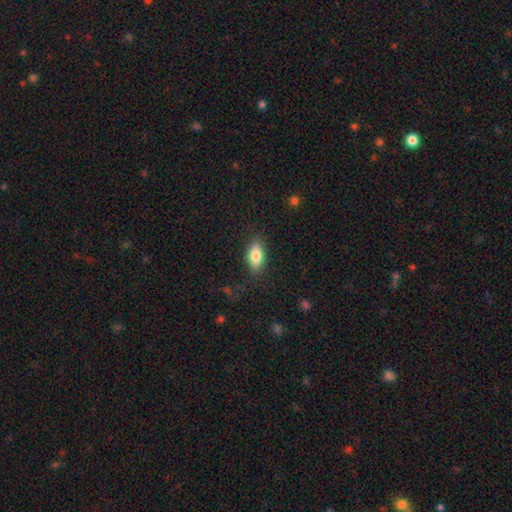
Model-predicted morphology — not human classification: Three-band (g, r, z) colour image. It shows a smooth galaxy with no disk features (81%) that is in between round and cigar-shaped (86%). Merging: none (84%).